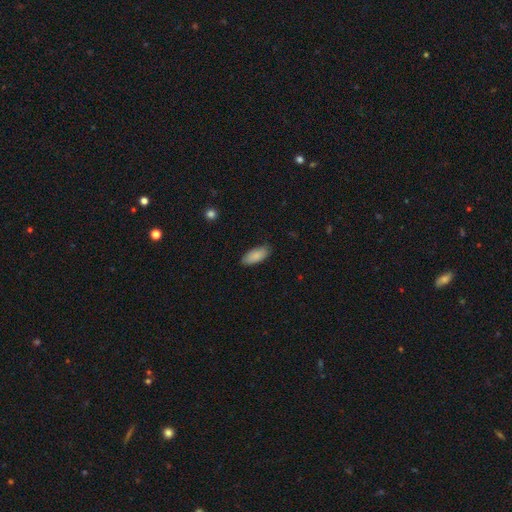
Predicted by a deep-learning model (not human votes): Morphology: type=smooth (88%); roundness=in between (87%); merging=none (81%).